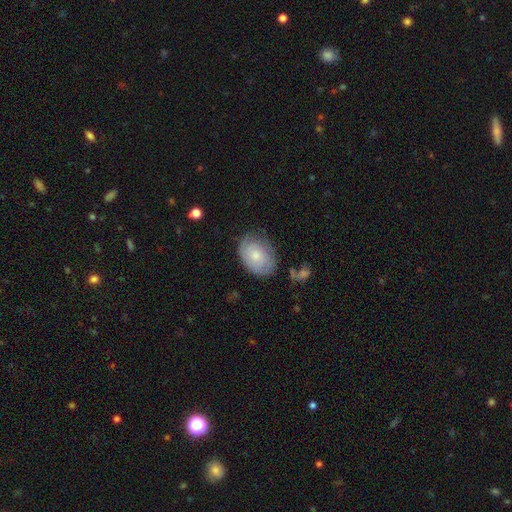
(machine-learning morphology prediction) A smooth galaxy with no disk features (59%) that is in between round and cigar-shaped (82%). Merging: none (70%).